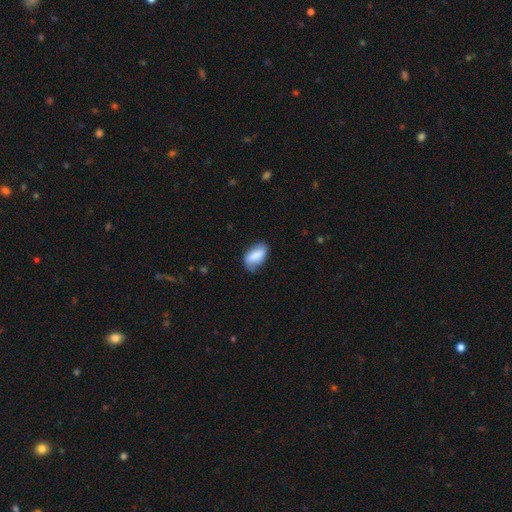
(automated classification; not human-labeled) Overall: smooth (76%). How rounded: in between (90%). Merging: none (62%; minor disturbance 30%).